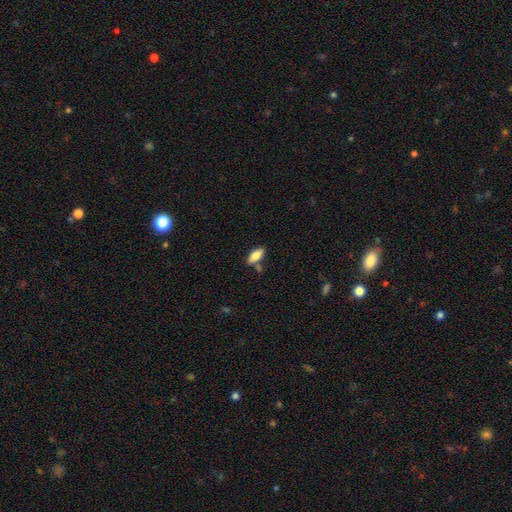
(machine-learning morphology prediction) Q: Smooth or featured?
A: smooth (75%); runner-up: featured or disk (18%)
Q: How rounded?
A: in between (74%); runner-up: cigar-shaped (24%)
Q: Merging?
A: none (74%); runner-up: minor disturbance (13%)